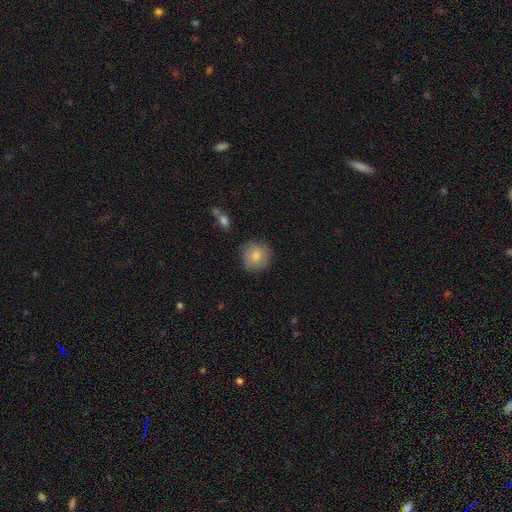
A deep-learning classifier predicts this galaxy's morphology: Smooth or featured? Predicted: smooth (p=0.81). How rounded? Predicted: round (p=0.89). Merging? Predicted: none (p=0.84).